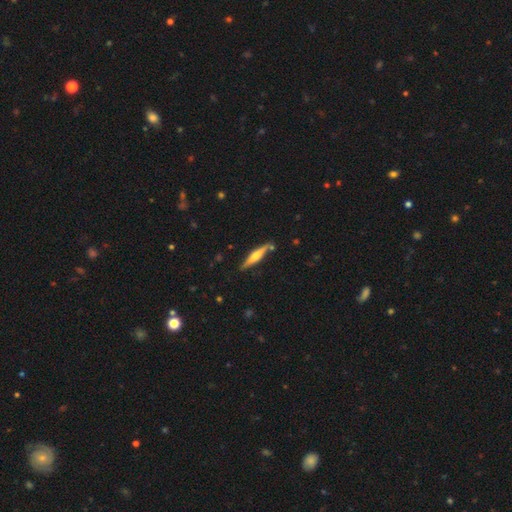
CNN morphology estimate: Smooth or featured? featured or disk (61%)
Edge-on disk? yes (96%)
Edge-on bulge? rounded (78%)
Merging? none (83%)